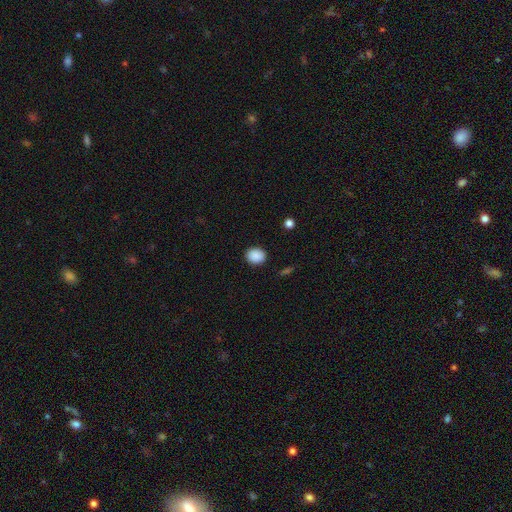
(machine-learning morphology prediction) type=smooth (89%); roundness=round (61%); merging=none (89%).